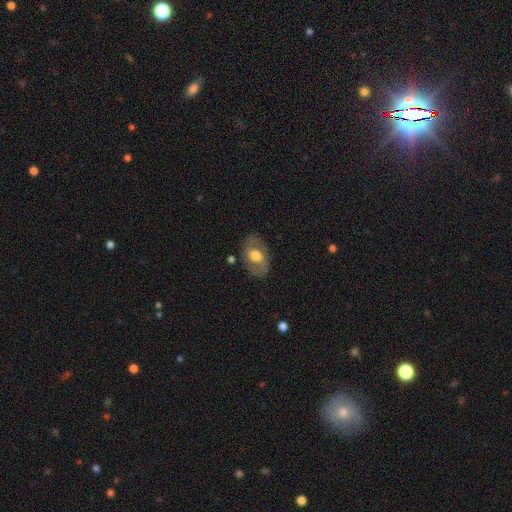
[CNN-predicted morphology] Q: Smooth or featured?
A: smooth (47%); runner-up: featured or disk (46%)
Q: Merging?
A: none (77%); runner-up: minor disturbance (15%)